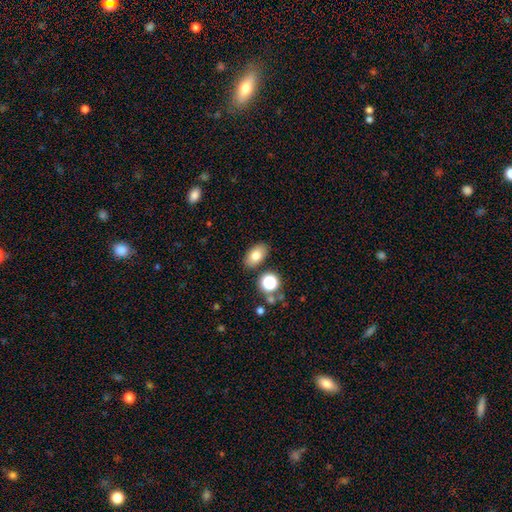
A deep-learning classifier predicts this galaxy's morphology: A smooth galaxy with no disk features (78%) that is in between round and cigar-shaped (89%). Merging: none (82%).